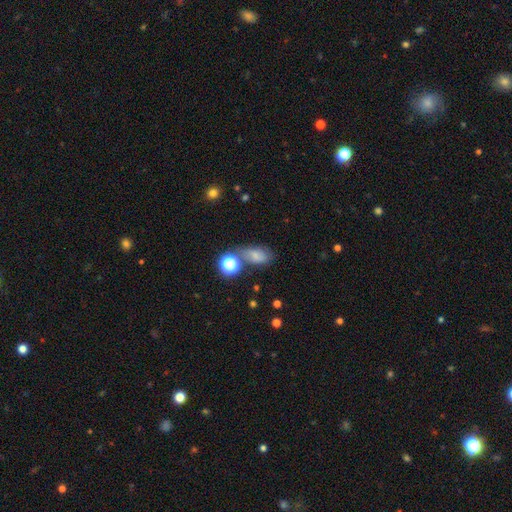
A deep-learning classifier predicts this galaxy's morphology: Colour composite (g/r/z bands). It shows a smooth galaxy with no disk features (63%) that is in between round and cigar-shaped (79%). Merging: none (55%).